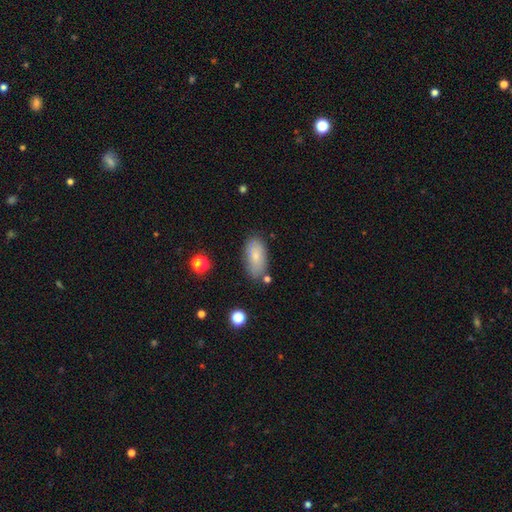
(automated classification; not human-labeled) smooth-or-featured: smooth: 75% | featured or disk: 17% | star or artifact: 8%
  how-rounded: in between: 91% | cigar-shaped: 5% | round: 4%
  merging: none: 74% | minor disturbance: 18% | major disturbance: 4% | merger: 4%